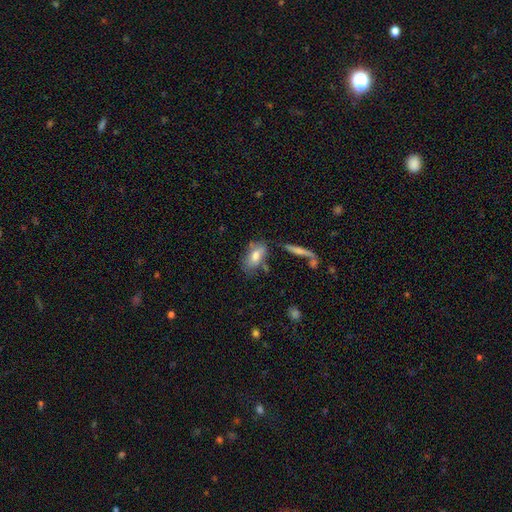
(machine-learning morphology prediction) This appears to be a smooth galaxy with no disk features (70%) that is in between round and cigar-shaped (86%). Merging: none (58%).